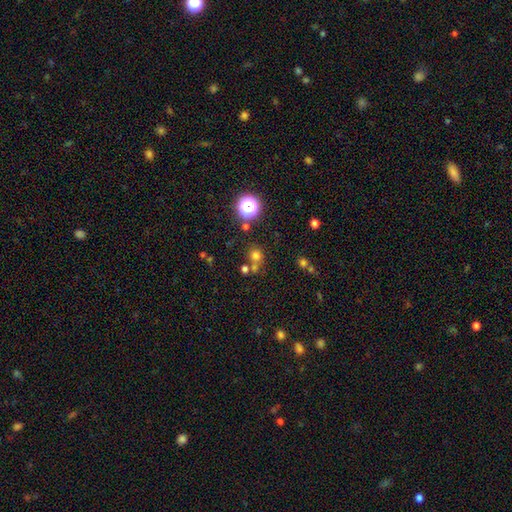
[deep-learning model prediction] smooth_or_featured: smooth (p=0.67) [alt: star or artifact p=0.25]
how_rounded: round (p=0.88) [alt: in between p=0.11]
merging: none (p=0.65) [alt: merger p=0.23]